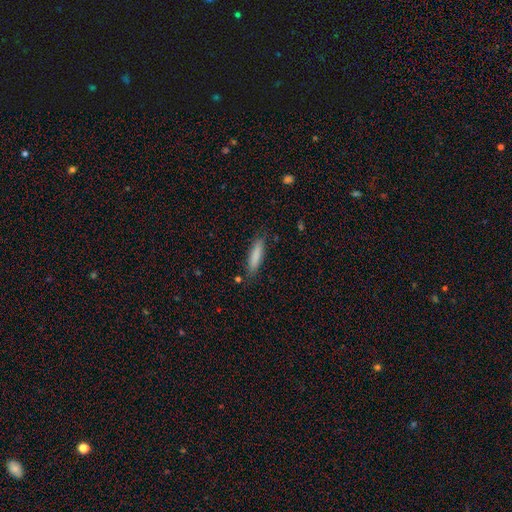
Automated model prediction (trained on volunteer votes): This is clearly a smooth galaxy (84%). How rounded: likely cigar-shaped (76%). Merging: clearly none (83%).